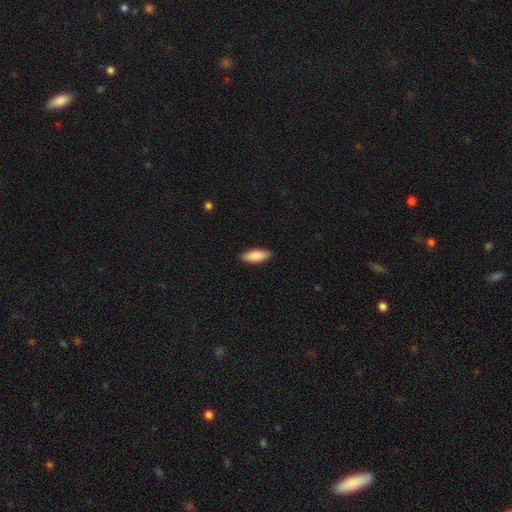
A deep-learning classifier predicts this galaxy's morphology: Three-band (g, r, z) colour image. It shows a smooth galaxy with no disk features (88%) that is in between round and cigar-shaped (73%). Merging: none (89%).